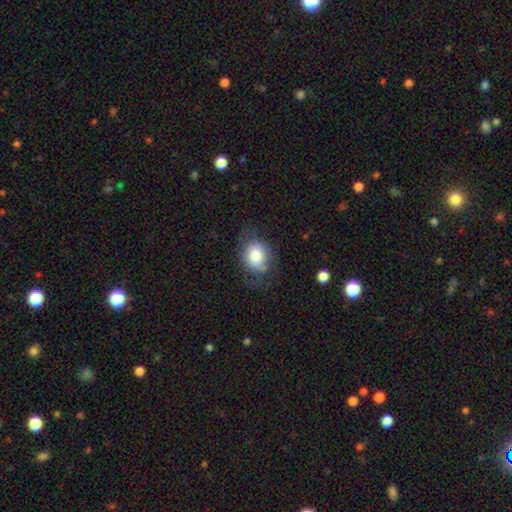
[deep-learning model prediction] This is likely a smooth galaxy (77%). How rounded: possibly in between (54%). Merging: possibly none (60%).